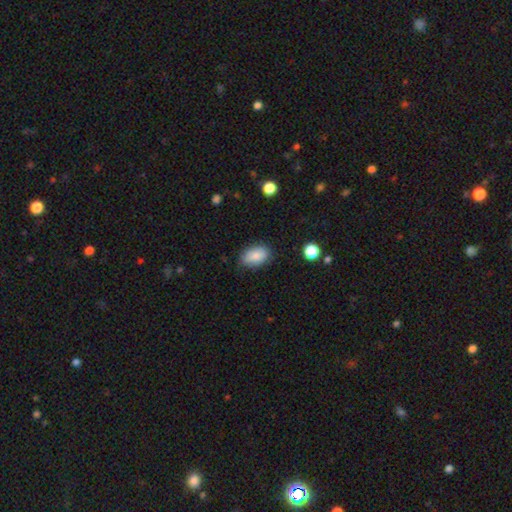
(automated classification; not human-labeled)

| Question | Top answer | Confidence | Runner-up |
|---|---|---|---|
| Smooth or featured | smooth | 86% | star or artifact (7%) |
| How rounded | in between | 90% | round (9%) |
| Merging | none | 79% | minor disturbance (16%) |